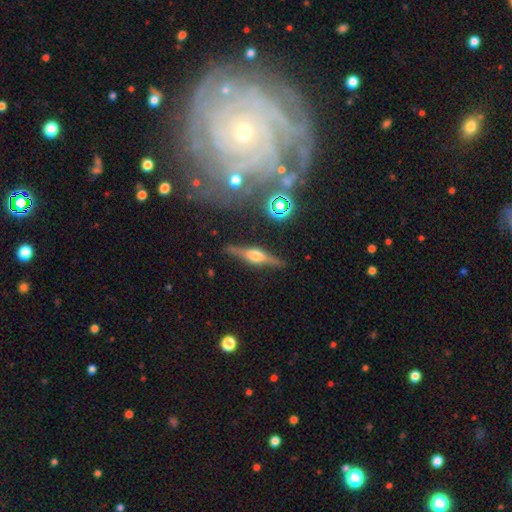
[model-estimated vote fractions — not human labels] Overall: featured or disk (77%). Edge-on disk: yes (97%). Edge-on bulge: rounded (91%). Merging: none (87%).